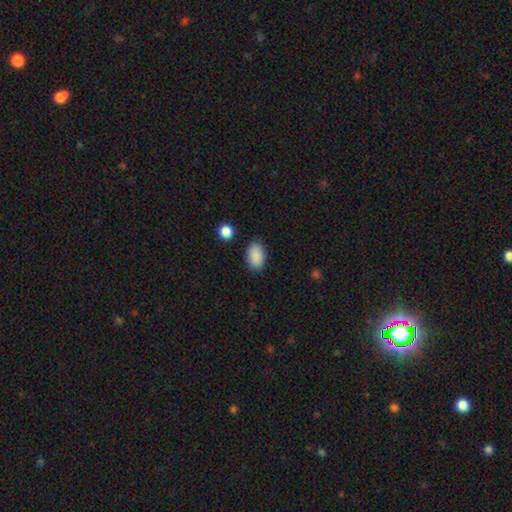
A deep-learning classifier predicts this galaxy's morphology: This appears to be a smooth galaxy with no disk features (90%) that is in between round and cigar-shaped (90%). Merging: none (86%).